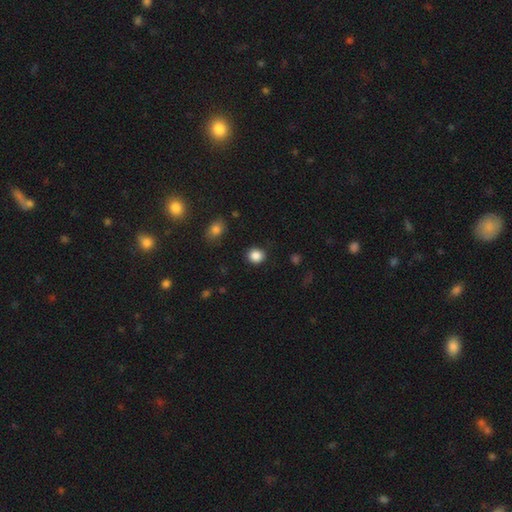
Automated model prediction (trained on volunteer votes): This is clearly a smooth galaxy (87%). How rounded: clearly round (83%). Merging: clearly none (88%).